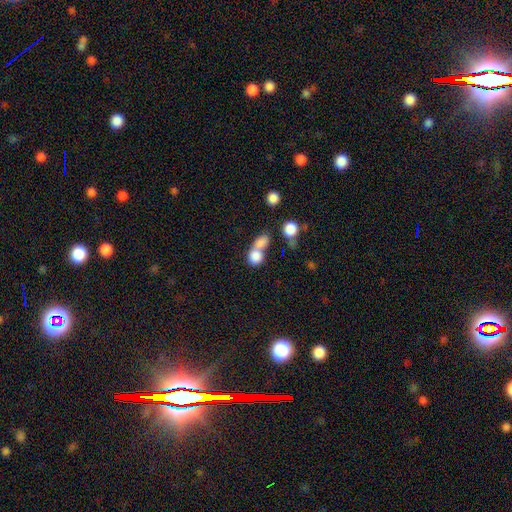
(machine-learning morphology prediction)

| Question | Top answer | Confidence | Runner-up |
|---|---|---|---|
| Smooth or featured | smooth | 81% | featured or disk (10%) |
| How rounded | round | 62% | in between (36%) |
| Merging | merger | 64% | none (25%) |